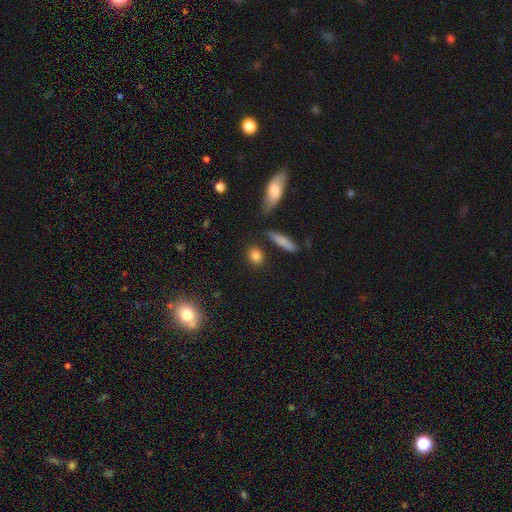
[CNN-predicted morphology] Smooth or featured? Predicted: smooth (p=0.85). How rounded? Predicted: round (p=0.62). Merging? Predicted: none (p=0.83).